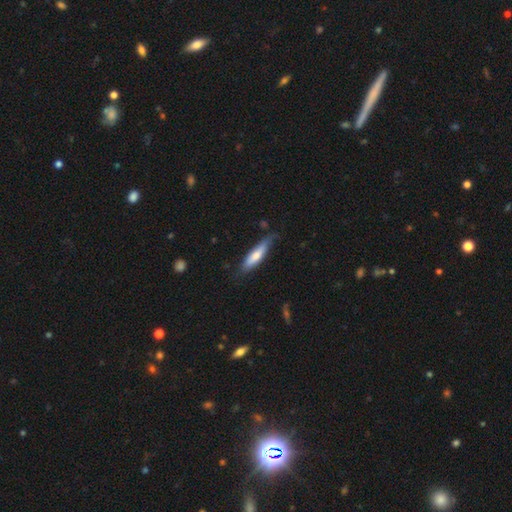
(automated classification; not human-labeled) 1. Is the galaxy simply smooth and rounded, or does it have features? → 67% smooth, 28% featured or disk, 5% star or artifact.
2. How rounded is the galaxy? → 72% cigar-shaped, 27% in between, 1% round.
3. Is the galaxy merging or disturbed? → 66% none, 26% minor disturbance, 5% major disturbance, 2% merger.